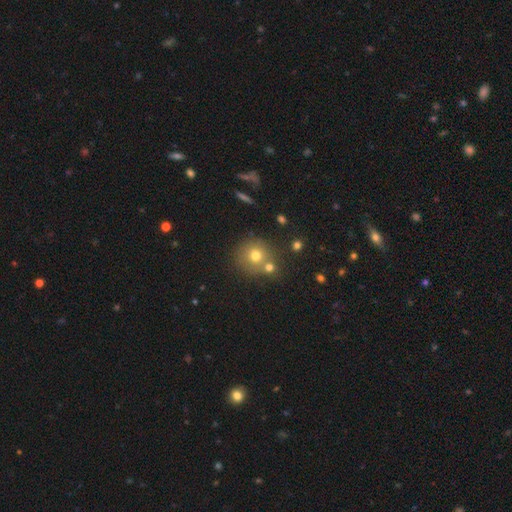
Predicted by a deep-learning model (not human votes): The model was most divided on "merging": none: 62%, merger: 26%, minor disturbance: 9%, major disturbance: 4%. More confident: how rounded — round (90%); smooth or featured — smooth (70%).